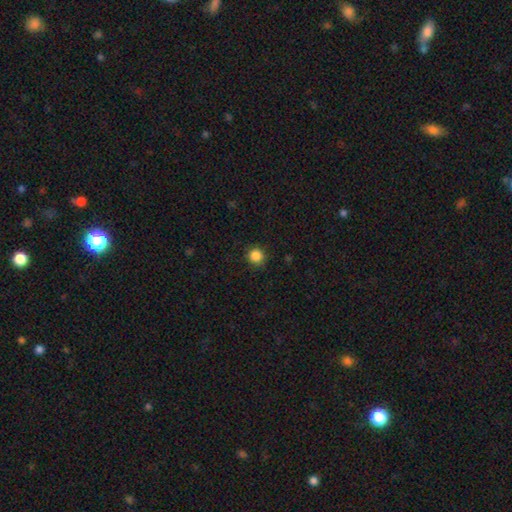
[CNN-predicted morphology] Q: Smooth or featured?
A: smooth (86%); runner-up: star or artifact (11%)
Q: How rounded?
A: round (94%); runner-up: in between (5%)
Q: Merging?
A: none (90%); runner-up: minor disturbance (7%)